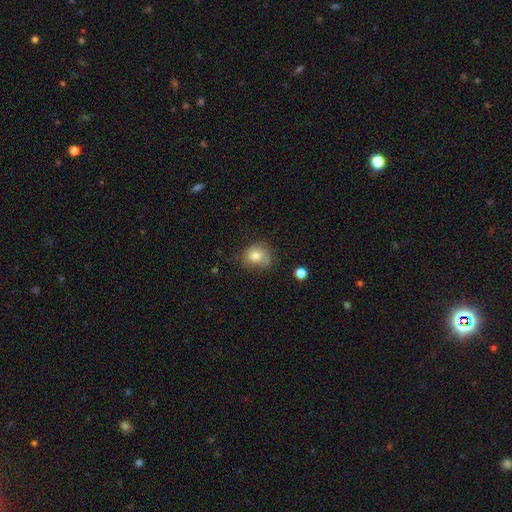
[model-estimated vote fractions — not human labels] The model was most divided on "how rounded": round: 59%, in between: 40%, cigar-shaped: 1%. More confident: smooth or featured — smooth (78%); merging — none (57%).